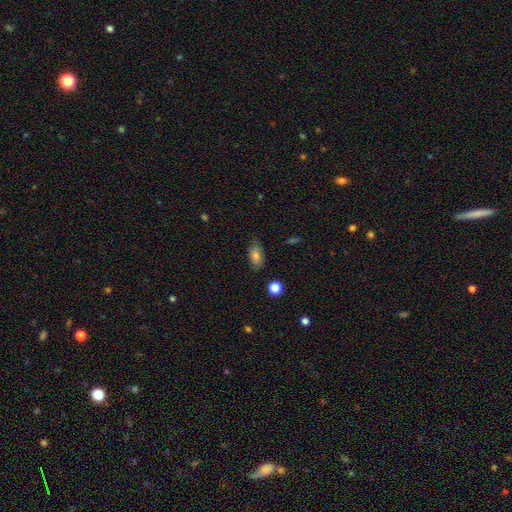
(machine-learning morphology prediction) smooth 78%, featured or disk 13%, star or artifact 9%. Down the decision tree: how rounded — in between (88%); merging — none (72%).